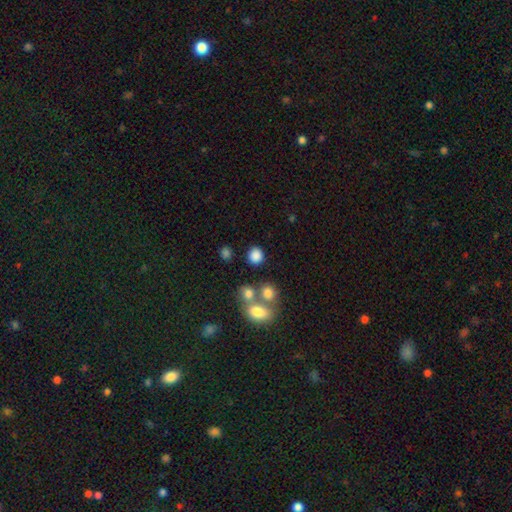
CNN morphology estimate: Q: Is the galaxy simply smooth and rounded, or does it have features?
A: smooth — 82%.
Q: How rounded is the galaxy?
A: round — 82%.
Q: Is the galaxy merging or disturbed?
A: none — 74%.